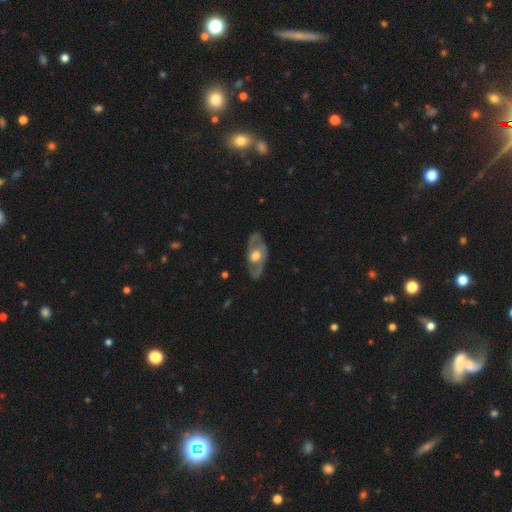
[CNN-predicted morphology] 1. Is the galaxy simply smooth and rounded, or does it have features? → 71% featured or disk, 25% smooth, 5% star or artifact.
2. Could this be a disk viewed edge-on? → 84% no, 16% yes.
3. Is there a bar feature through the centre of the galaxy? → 75% no, 20% weak, 5% strong.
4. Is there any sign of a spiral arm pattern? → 53% yes, 47% no.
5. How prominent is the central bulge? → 56% moderate, 35% large, 6% small, 2% dominant, 1% none.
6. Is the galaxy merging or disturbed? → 79% none, 15% minor disturbance, 5% major disturbance, 1% merger.